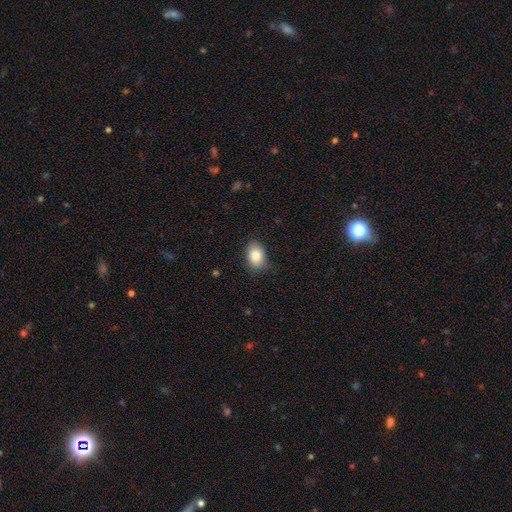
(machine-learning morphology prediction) Q: Smooth or featured?
A: smooth (86%); runner-up: star or artifact (8%)
Q: How rounded?
A: in between (78%); runner-up: round (21%)
Q: Merging?
A: none (80%); runner-up: minor disturbance (15%)